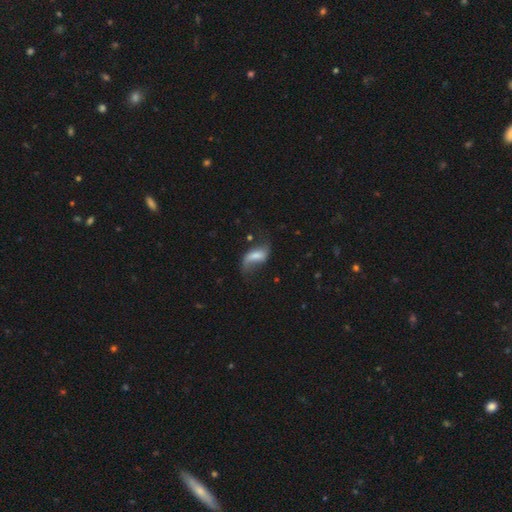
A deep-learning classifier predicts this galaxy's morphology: A featured or disk galaxy (59%) with a weak bar (40%), spiral arms (87%) and a moderate central bulge (31%).

Vote fractions:
- Smooth or featured? featured or disk: 59% / smooth: 33% / star or artifact: 8%
- Edge-on disk? no: 94% / yes: 6%
- Bar? weak: 40% / no: 33% / strong: 27%
- Spiral arms? yes: 87% / no: 13%
- Bulge size? moderate: 31% / small: 30% / none: 23% / large: 13% / dominant: 3%
- Merging? none: 47% / minor disturbance: 25% / major disturbance: 24% / merger: 4%